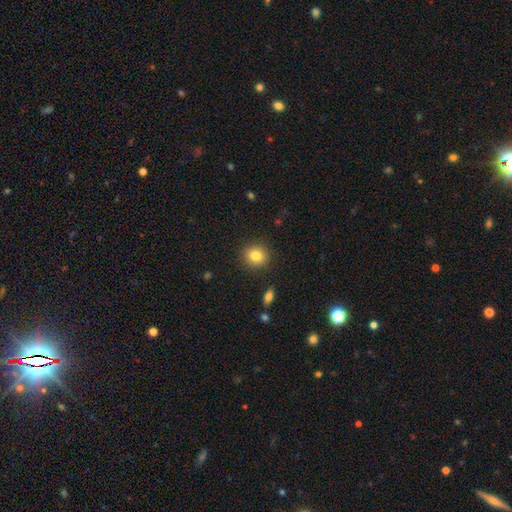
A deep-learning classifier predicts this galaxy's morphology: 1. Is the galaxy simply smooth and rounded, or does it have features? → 83% smooth, 10% star or artifact, 8% featured or disk.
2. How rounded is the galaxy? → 79% round, 20% in between, 1% cigar-shaped.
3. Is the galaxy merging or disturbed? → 89% none, 7% minor disturbance, 2% major disturbance, 1% merger.